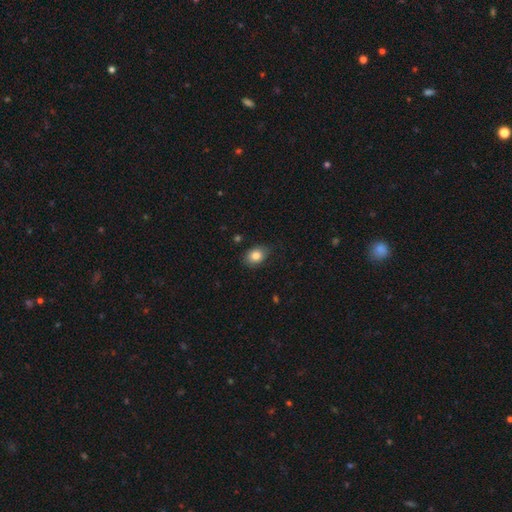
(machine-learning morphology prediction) Overall: smooth (83%). How rounded: in between (64%; round 35%). Merging: none (81%).